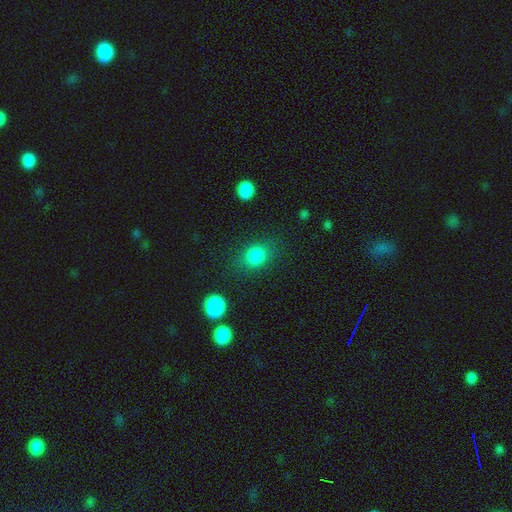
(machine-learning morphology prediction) Overall: smooth (84%). How rounded: round (63%; in between 35%). Merging: none (75%).